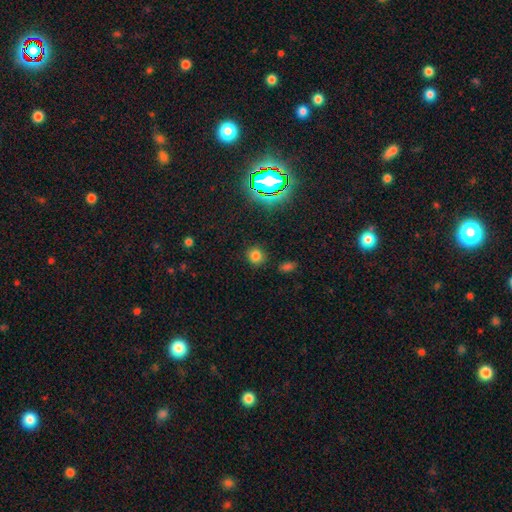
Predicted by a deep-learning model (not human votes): Smooth or featured?
  - smooth: 74% *
  - star or artifact: 20%
  - featured or disk: 6%
How rounded?
  - round: 83% *
  - in between: 16%
  - cigar-shaped: 1%
Merging?
  - none: 87% *
  - minor disturbance: 8%
  - major disturbance: 3%
  - merger: 2%